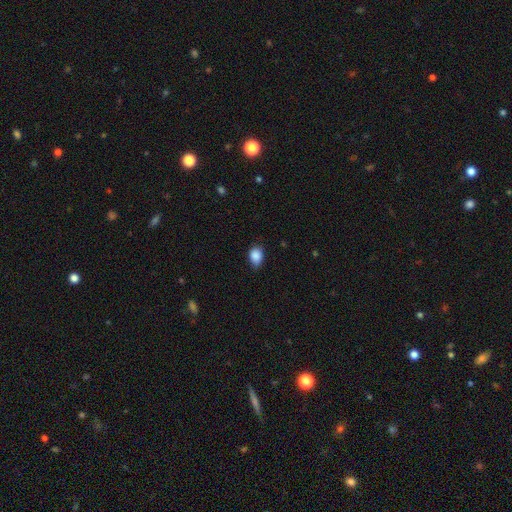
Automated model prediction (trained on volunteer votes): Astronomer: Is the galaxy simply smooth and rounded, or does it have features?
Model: smooth — 88%.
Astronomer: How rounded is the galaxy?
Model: in between — 73%.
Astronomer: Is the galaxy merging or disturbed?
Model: none — 71%.